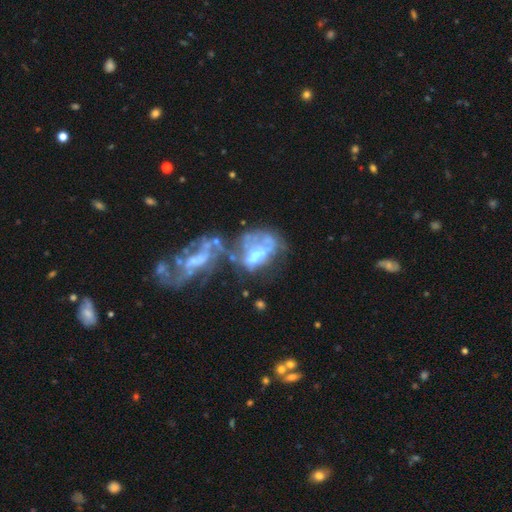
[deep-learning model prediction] This appears to be a featured or disk galaxy (67%) with no bar (79%), no spiral arms (82%) and a moderate central bulge (41%). Merging: merger (47%).